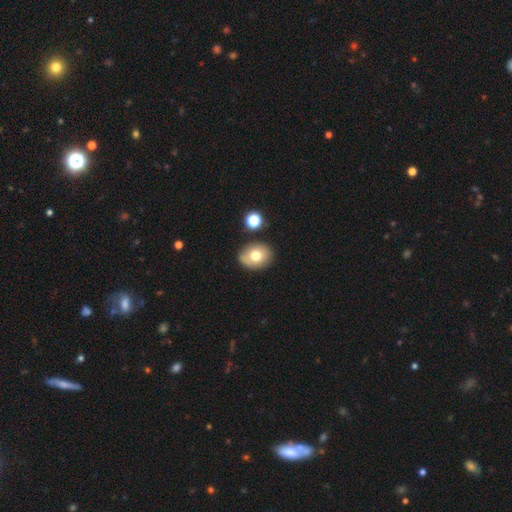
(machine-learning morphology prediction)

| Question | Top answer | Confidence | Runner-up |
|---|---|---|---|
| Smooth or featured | smooth | 73% | featured or disk (17%) |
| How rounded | in between | 52% | round (47%) |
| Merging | none | 77% | minor disturbance (13%) |